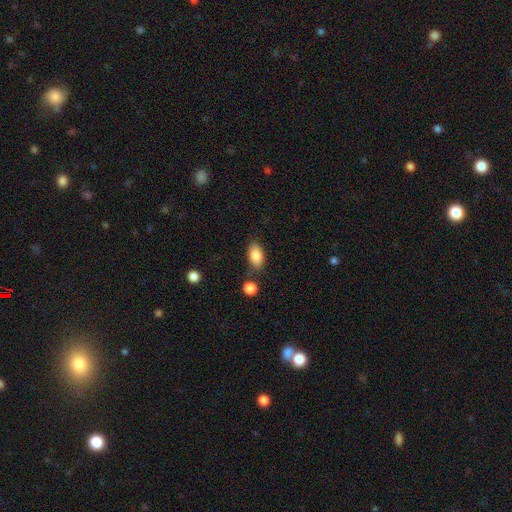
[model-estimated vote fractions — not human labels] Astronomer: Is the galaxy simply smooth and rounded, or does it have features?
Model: smooth — 85%.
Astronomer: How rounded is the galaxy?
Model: in between — 90%.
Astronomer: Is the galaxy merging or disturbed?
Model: none — 71%.